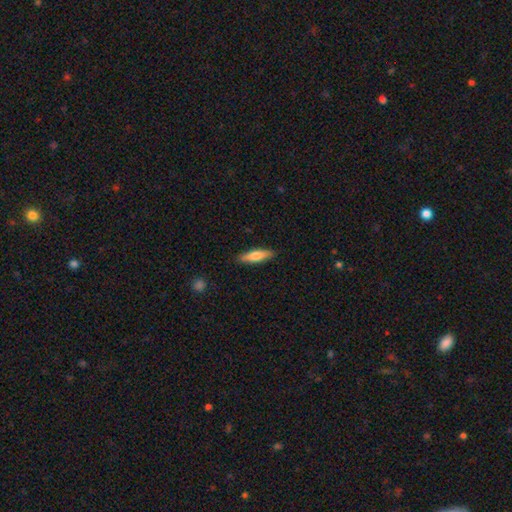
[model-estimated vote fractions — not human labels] A smooth galaxy with no disk features (68%) that is cigar-shaped (67%).

Vote fractions:
- Smooth or featured? smooth: 68% / featured or disk: 26% / star or artifact: 6%
- How rounded? cigar-shaped: 67% / in between: 32% / round: 2%
- Merging? none: 89% / minor disturbance: 8% / major disturbance: 2% / merger: 1%